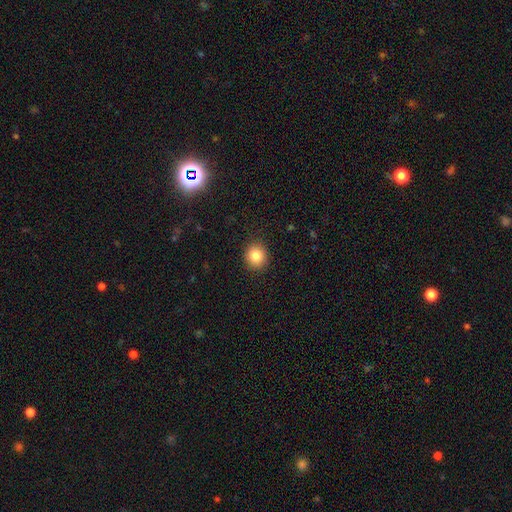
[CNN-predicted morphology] A smooth galaxy with no disk features (85%) that is round (84%). Merging: none (90%).